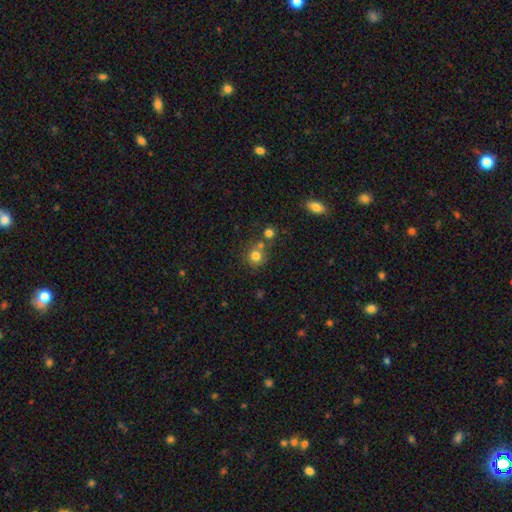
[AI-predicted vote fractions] A smooth galaxy with no disk features (78%) that is round (89%).

Vote fractions:
- Smooth or featured? smooth: 78% / star or artifact: 14% / featured or disk: 8%
- How rounded? round: 89% / in between: 10% / cigar-shaped: 1%
- Merging? none: 64% / merger: 24% / minor disturbance: 9% / major disturbance: 3%